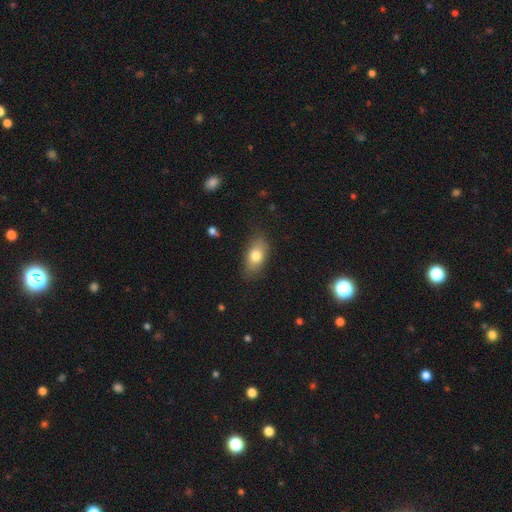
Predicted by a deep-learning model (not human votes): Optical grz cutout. It shows a smooth galaxy with no disk features (77%) that is in between round and cigar-shaped (86%). Merging: none (78%).